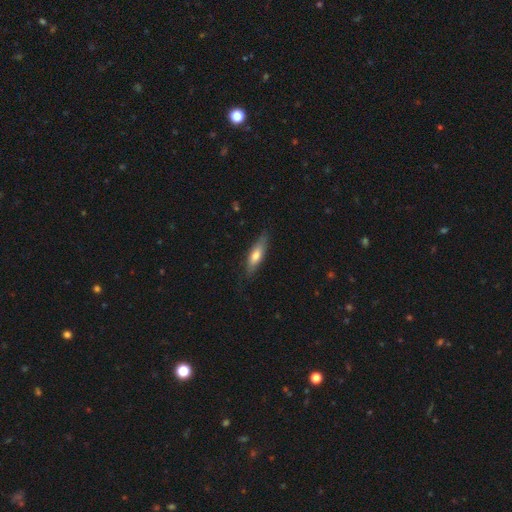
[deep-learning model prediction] Smooth or featured? smooth (65%)
How rounded? cigar-shaped (58%)
Merging? none (78%)